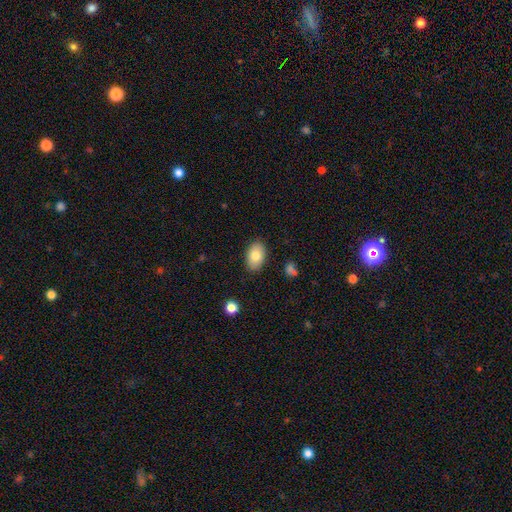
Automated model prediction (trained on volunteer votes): smooth-or-featured: smooth: 80% | featured or disk: 13% | star or artifact: 7%
  how-rounded: in between: 90% | round: 9% | cigar-shaped: 1%
  merging: none: 86% | minor disturbance: 11% | major disturbance: 2% | merger: 1%